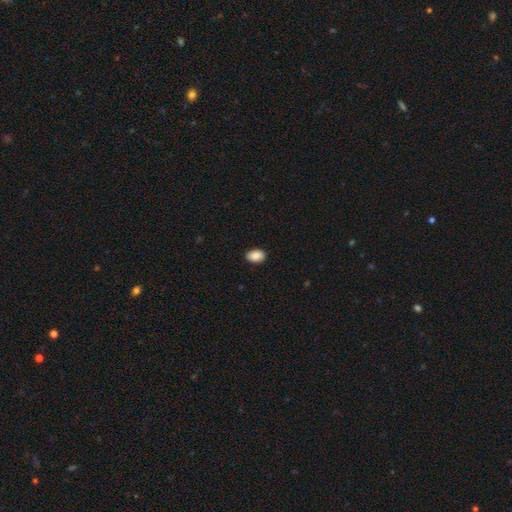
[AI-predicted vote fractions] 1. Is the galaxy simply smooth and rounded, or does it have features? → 89% smooth, 7% star or artifact, 4% featured or disk.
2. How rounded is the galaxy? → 87% in between, 12% round, 1% cigar-shaped.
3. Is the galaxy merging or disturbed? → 90% none, 8% minor disturbance, 2% major disturbance, 1% merger.